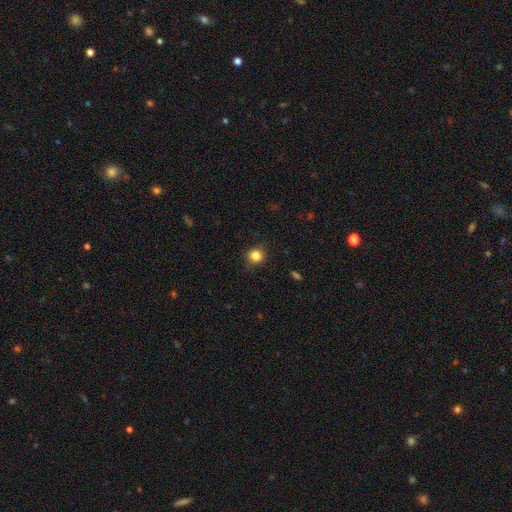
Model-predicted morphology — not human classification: A smooth galaxy with no disk features (83%) that is round (89%). Merging: none (85%).